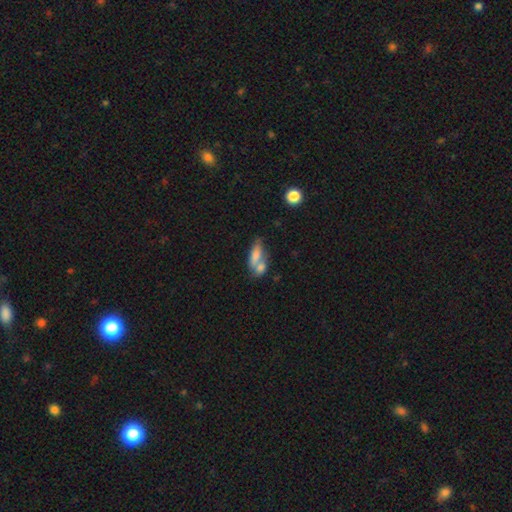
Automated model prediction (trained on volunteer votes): This appears to be a smooth galaxy with no disk features (71%) that is in between round and cigar-shaped (66%). Merging: merger (53%).